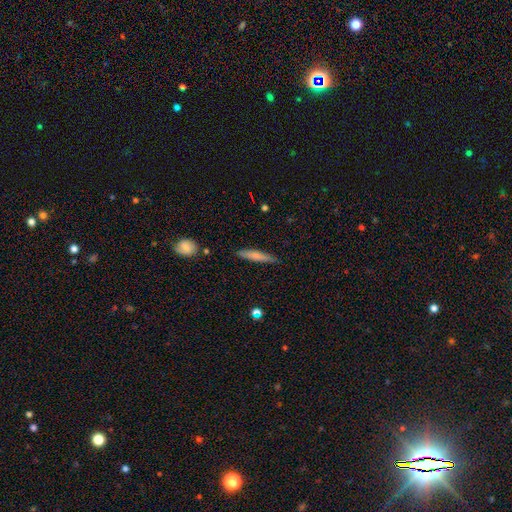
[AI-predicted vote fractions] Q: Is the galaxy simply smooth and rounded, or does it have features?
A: smooth — 67%.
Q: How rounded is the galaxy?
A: cigar-shaped — 91%.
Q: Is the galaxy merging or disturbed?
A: none — 84%.